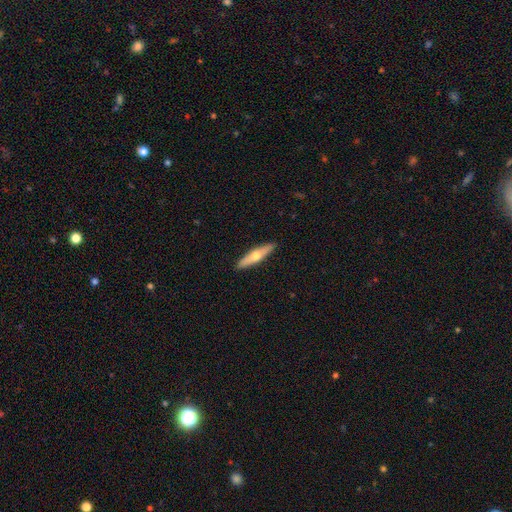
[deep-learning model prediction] This is possibly a featured or disk galaxy (49%). Merging: clearly none (91%).